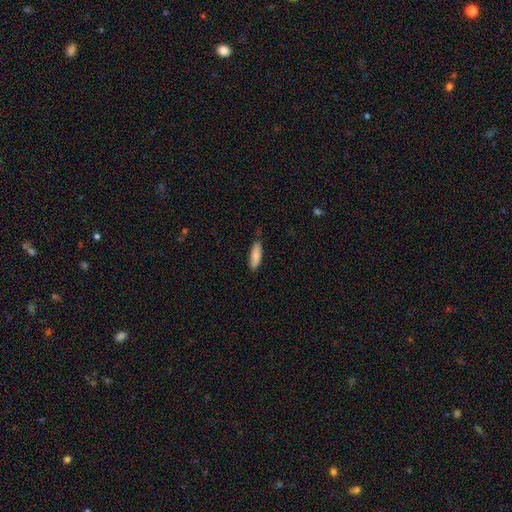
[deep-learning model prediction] Smooth or featured: smooth — 83% (featured or disk — 11%)
How rounded: in between — 54% (cigar-shaped — 44%)
Merging: none — 80% (minor disturbance — 16%)